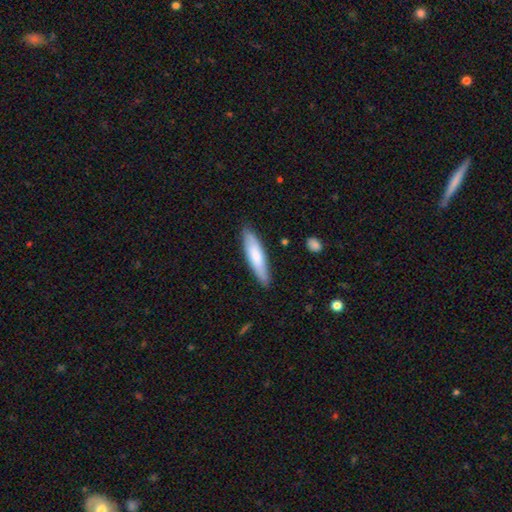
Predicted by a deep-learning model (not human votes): The model was most divided on "smooth or featured": smooth: 74%, featured or disk: 21%, star or artifact: 5%. More confident: merging — none (87%); how rounded — cigar-shaped (77%).